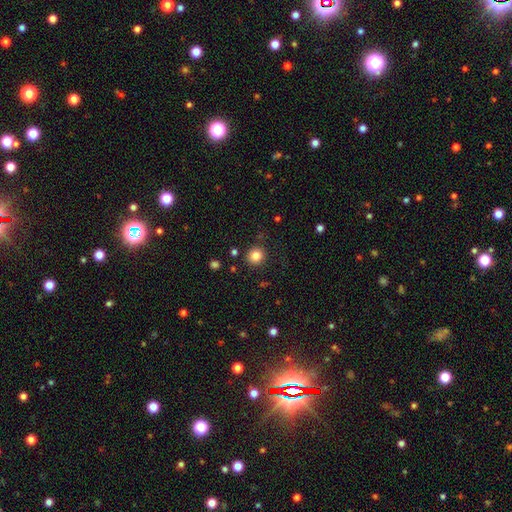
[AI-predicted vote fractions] Q: Smooth or featured?
A: smooth (84%); runner-up: star or artifact (12%)
Q: How rounded?
A: round (91%); runner-up: in between (8%)
Q: Merging?
A: none (88%); runner-up: minor disturbance (7%)